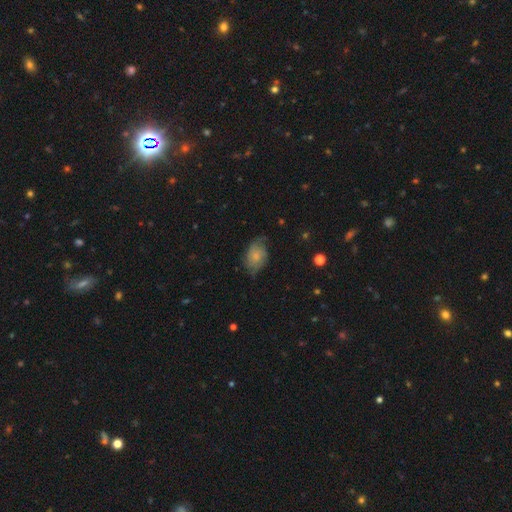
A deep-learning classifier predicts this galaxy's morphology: smooth-or-featured: smooth: 51% | featured or disk: 41% | star or artifact: 8%
  how-rounded: in between: 80% | round: 18% | cigar-shaped: 2%
  merging: none: 54% | minor disturbance: 32% | major disturbance: 12% | merger: 1%